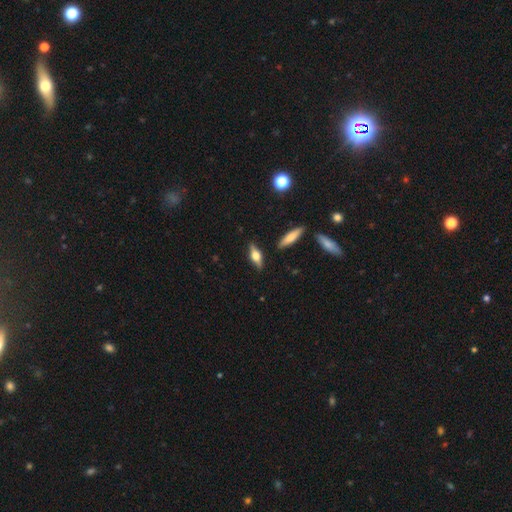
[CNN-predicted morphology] Smooth or featured? Predicted: featured or disk (p=0.49). Merging? Predicted: none (p=0.81).